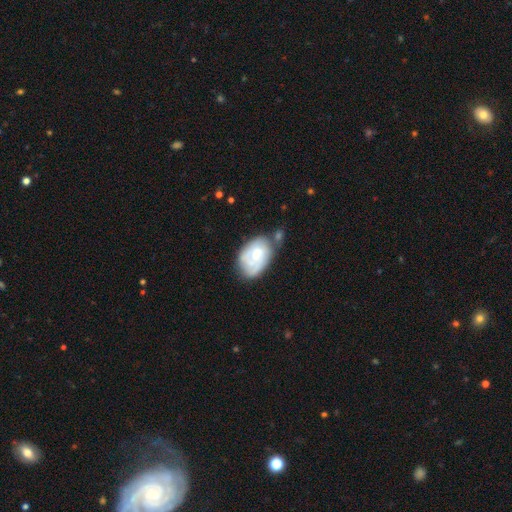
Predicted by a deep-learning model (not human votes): Overall: featured or disk (47%; smooth 46%). Merging: none (43%; minor disturbance 30%).